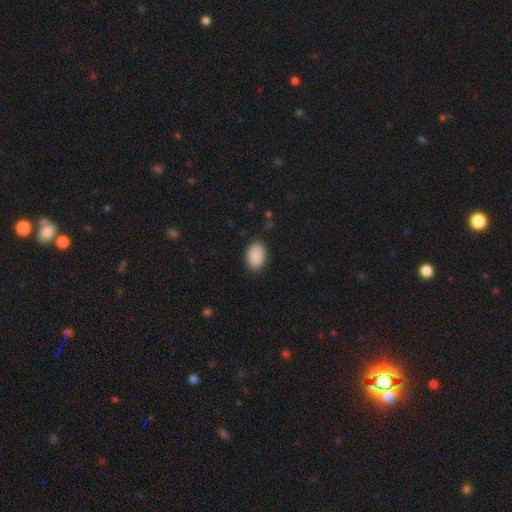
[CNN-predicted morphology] Smooth or featured? smooth (90%)
How rounded? in between (83%)
Merging? none (87%)